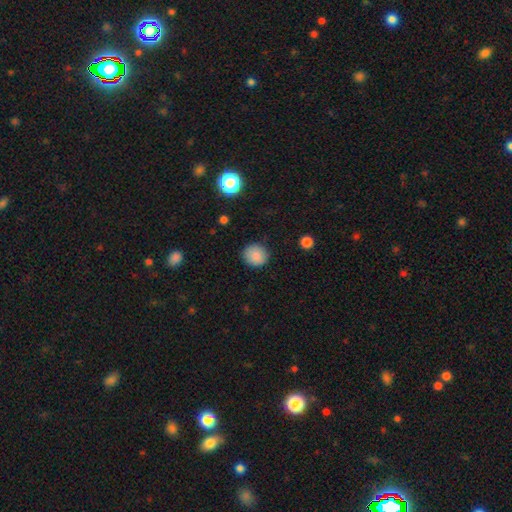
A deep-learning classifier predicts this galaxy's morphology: Smooth or featured? Predicted: smooth (p=0.87). How rounded? Predicted: round (p=0.87). Merging? Predicted: none (p=0.88).